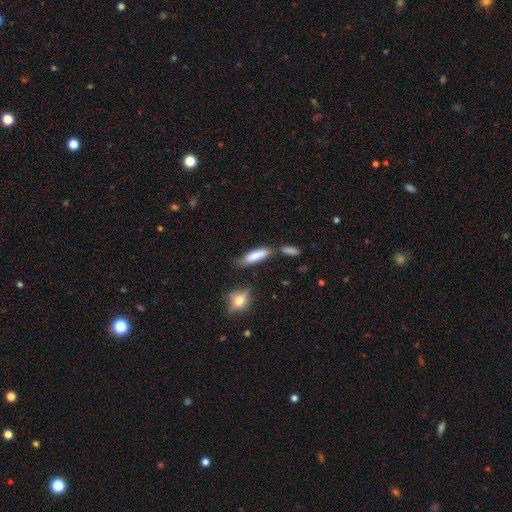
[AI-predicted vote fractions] A smooth galaxy with no disk features (78%) that is cigar-shaped (64%). Merging: none (66%).